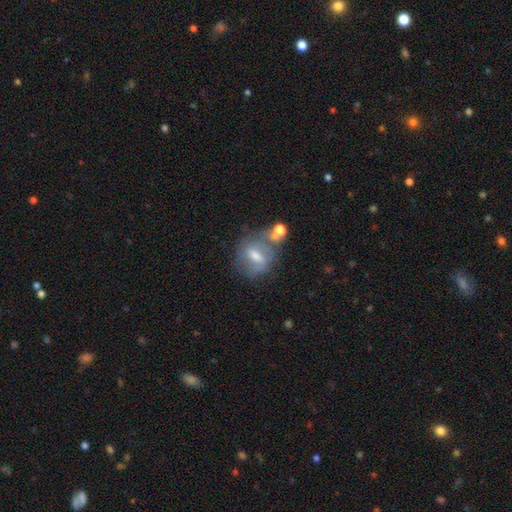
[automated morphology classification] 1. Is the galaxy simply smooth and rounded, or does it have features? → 45% featured or disk, 41% smooth, 14% star or artifact.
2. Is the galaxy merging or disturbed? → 51% none, 20% merger, 19% minor disturbance, 10% major disturbance.